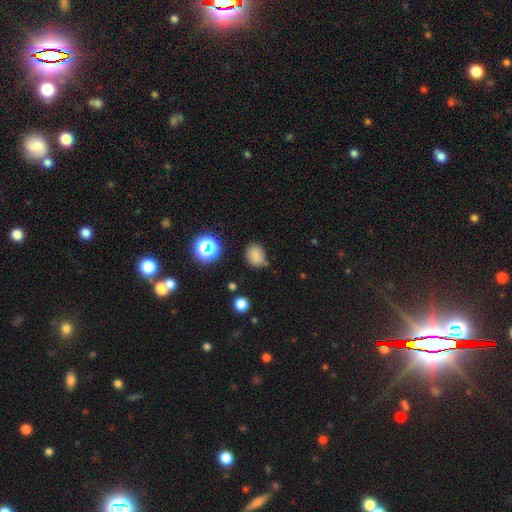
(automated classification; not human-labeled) This appears to be a smooth galaxy with no disk features (78%) that is round (55%). Merging: none (73%).